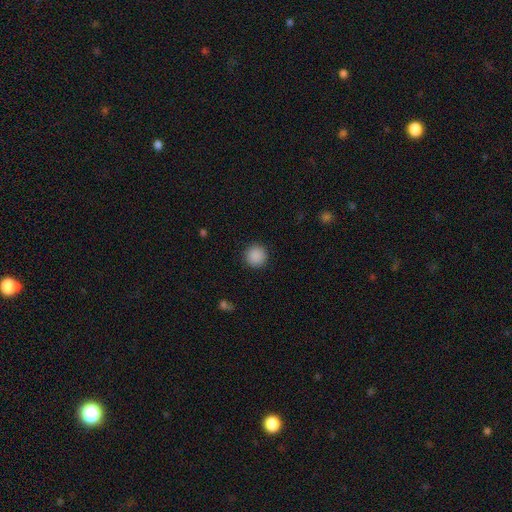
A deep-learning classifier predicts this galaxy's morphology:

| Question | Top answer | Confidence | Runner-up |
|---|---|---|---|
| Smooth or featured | smooth | 89% | star or artifact (8%) |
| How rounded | round | 95% | in between (4%) |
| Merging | none | 92% | minor disturbance (5%) |